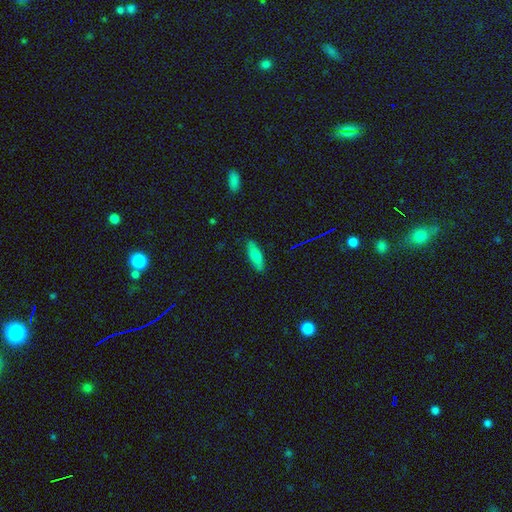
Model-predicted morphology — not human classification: The model was most divided on "how rounded": in between: 51%, cigar-shaped: 46%, round: 2%. More confident: merging — none (86%); smooth or featured — smooth (70%).